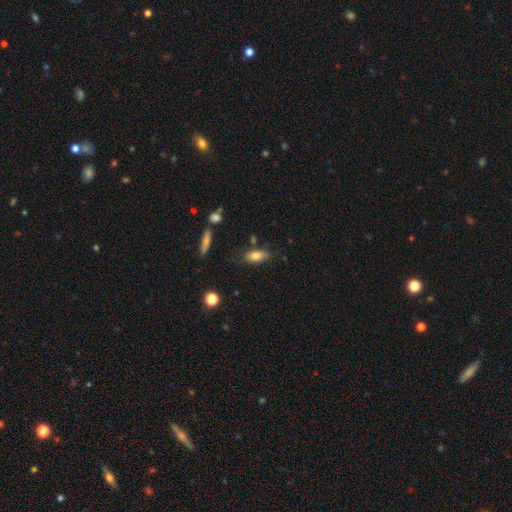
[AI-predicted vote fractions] Morphology: type=smooth (80%); roundness=in between (80%); merging=none (73%).